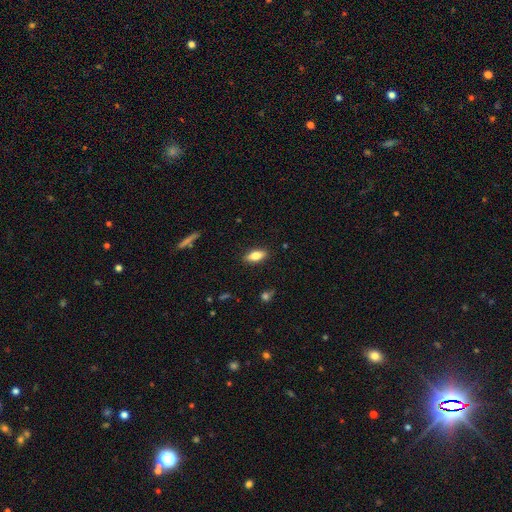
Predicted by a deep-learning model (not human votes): Overall: smooth (76%). How rounded: in between (79%). Merging: none (87%).